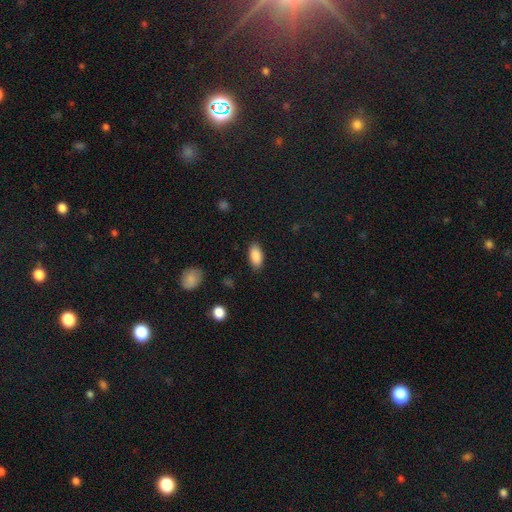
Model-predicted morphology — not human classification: Smooth or featured?
  - smooth: 89% *
  - star or artifact: 7%
  - featured or disk: 4%
How rounded?
  - in between: 92% *
  - cigar-shaped: 6%
  - round: 3%
Merging?
  - none: 87% *
  - minor disturbance: 9%
  - major disturbance: 3%
  - merger: 1%